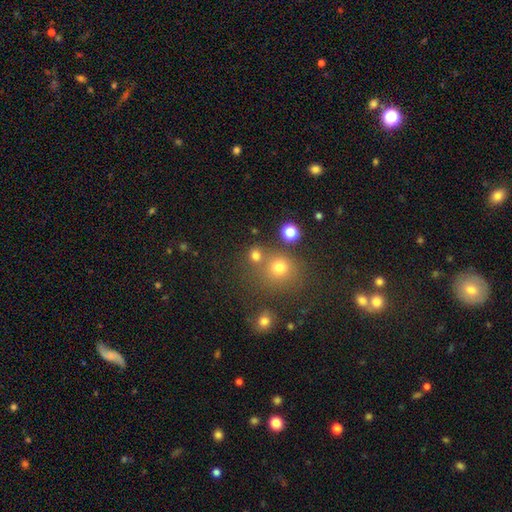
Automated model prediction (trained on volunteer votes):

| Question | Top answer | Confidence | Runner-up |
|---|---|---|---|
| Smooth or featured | smooth | 75% | star or artifact (18%) |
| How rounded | round | 83% | in between (16%) |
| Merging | none | 70% | merger (18%) |